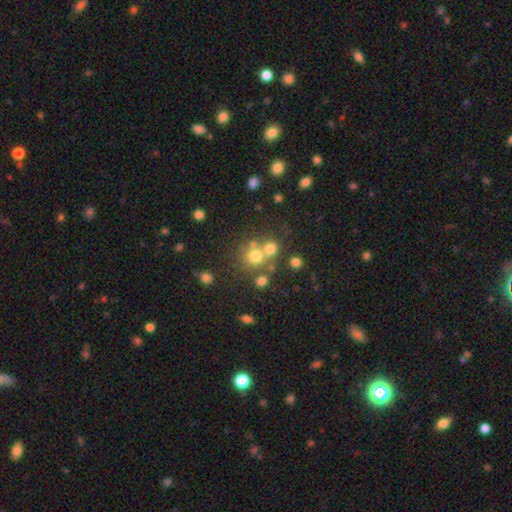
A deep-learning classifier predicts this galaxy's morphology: smooth 67%, star or artifact 20%, featured or disk 13%. Down the decision tree: how rounded — round (86%); merging — none (53%).